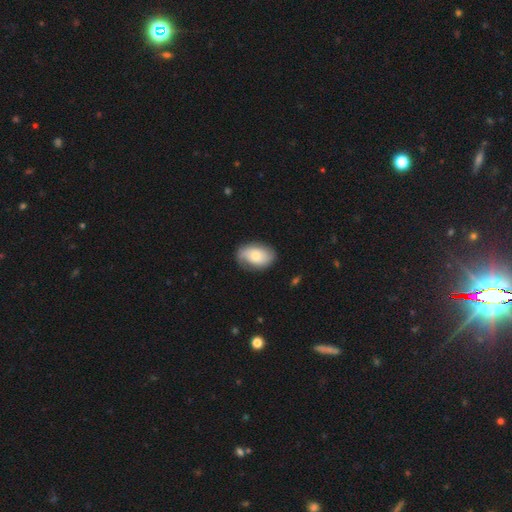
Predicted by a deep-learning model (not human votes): Q: Smooth or featured?
A: smooth (52%); runner-up: featured or disk (42%)
Q: How rounded?
A: in between (85%); runner-up: round (14%)
Q: Merging?
A: none (74%); runner-up: minor disturbance (19%)